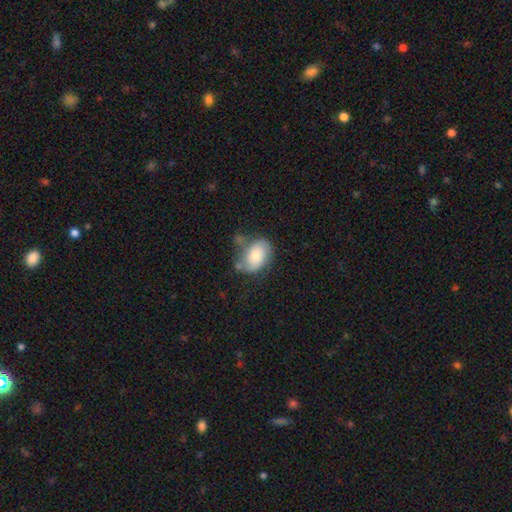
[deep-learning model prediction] This is likely a smooth galaxy (67%). How rounded: clearly in between (82%). Merging: marginally none (45%).